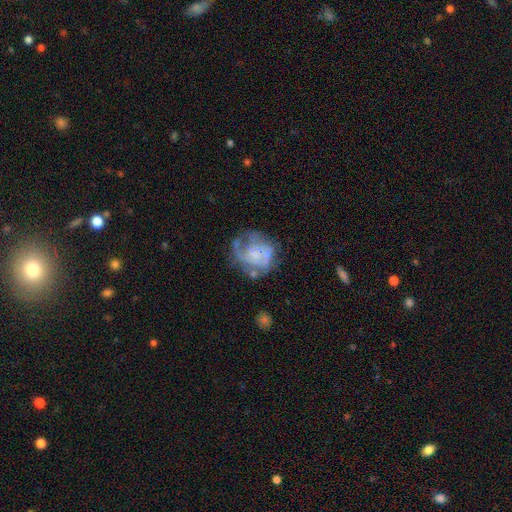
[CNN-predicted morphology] This is likely a featured or disk galaxy (72%). It is clearly not viewed edge-on (98%). Bar: likely no (71%). Spiral arm pattern: likely yes (75%). Spiral arm count: marginally can't tell (35%). Spiral winding: marginally medium (40%). Central bulge: possibly small (51%). Merging: possibly none (48%).